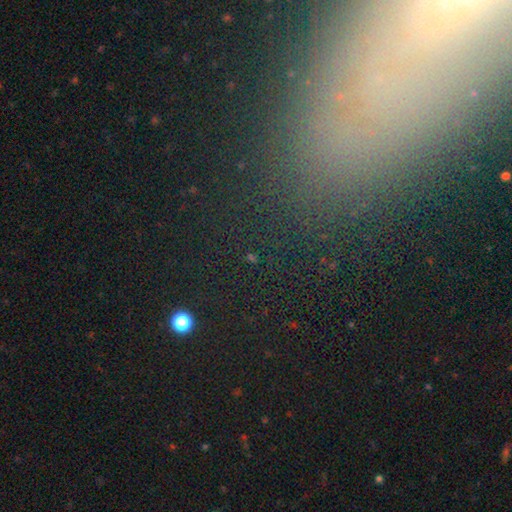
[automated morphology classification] This is possibly a star or artifact rather than a galaxy (58%).